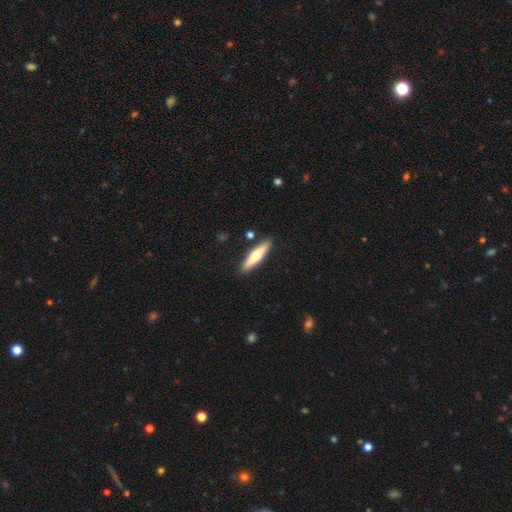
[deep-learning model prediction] This appears to be a smooth galaxy with no disk features (55%) that is cigar-shaped (80%). Merging: none (87%).